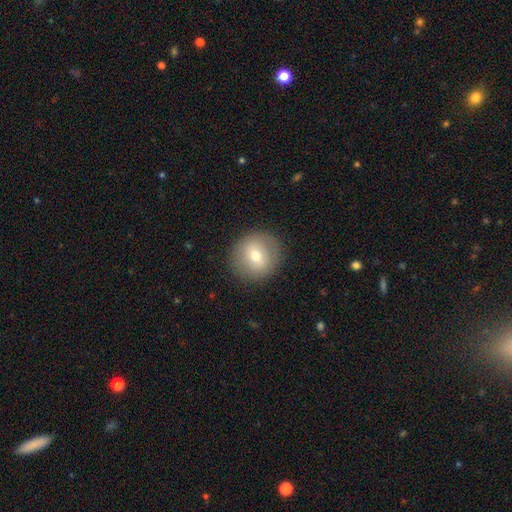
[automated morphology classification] A smooth galaxy with no disk features (67%) that is round (91%). Merging: none (88%).